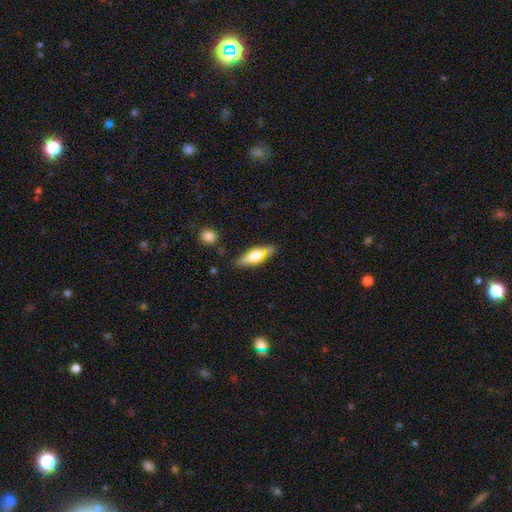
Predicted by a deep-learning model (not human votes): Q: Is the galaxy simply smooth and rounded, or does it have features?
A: smooth — 47%.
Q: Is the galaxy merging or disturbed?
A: none — 64%.